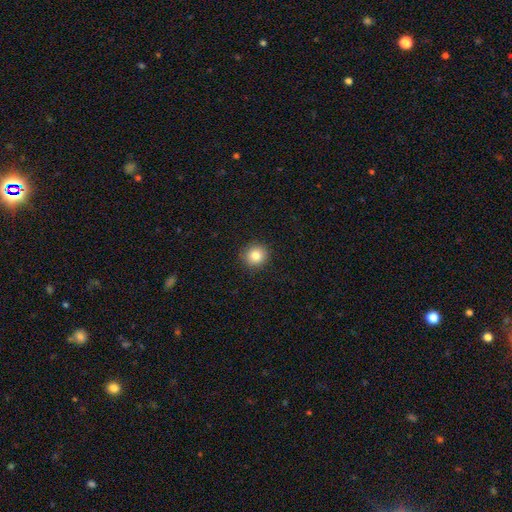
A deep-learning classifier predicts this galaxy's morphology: Smooth or featured: smooth — 82% (star or artifact — 11%)
How rounded: round — 90% (in between — 9%)
Merging: none — 91% (minor disturbance — 6%)